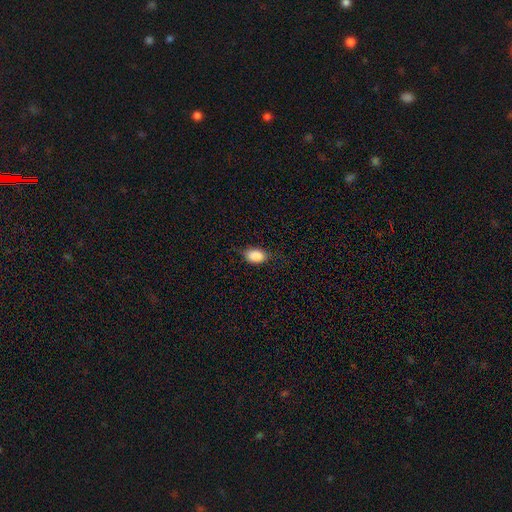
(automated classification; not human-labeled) This appears to be a smooth galaxy with no disk features (88%) that is in between round and cigar-shaped (85%). Merging: none (71%).